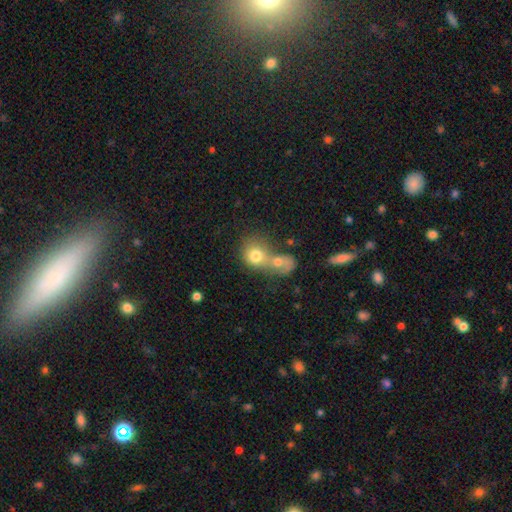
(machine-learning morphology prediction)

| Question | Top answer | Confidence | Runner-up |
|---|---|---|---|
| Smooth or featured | smooth | 74% | featured or disk (16%) |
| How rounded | round | 70% | in between (29%) |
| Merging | merger | 74% | none (16%) |